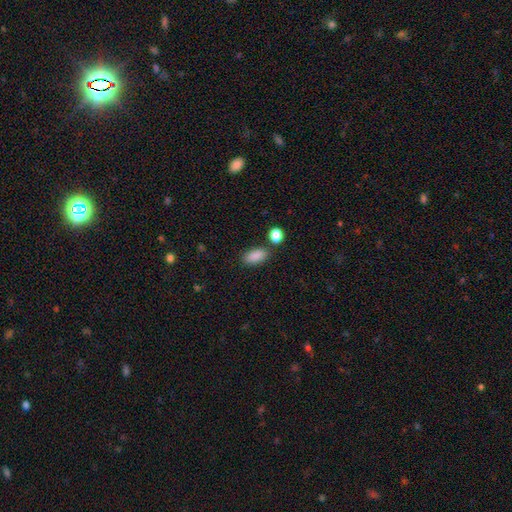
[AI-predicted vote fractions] This is clearly a smooth galaxy (88%). How rounded: clearly in between (89%). Merging: likely none (78%).